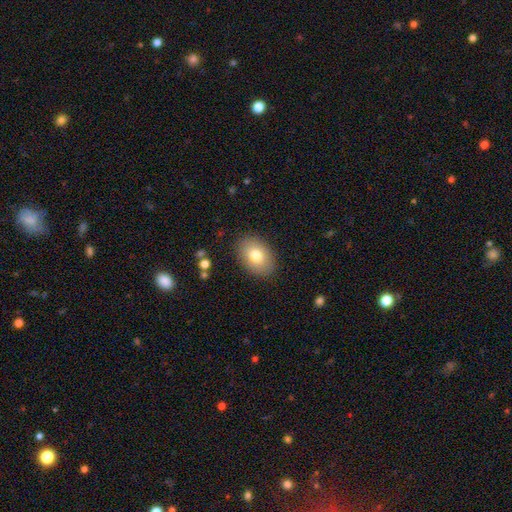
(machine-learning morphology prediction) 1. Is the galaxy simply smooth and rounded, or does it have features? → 78% smooth, 14% featured or disk, 8% star or artifact.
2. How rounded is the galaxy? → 82% in between, 17% round, 1% cigar-shaped.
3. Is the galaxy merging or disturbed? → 87% none, 9% minor disturbance, 3% major disturbance, 1% merger.